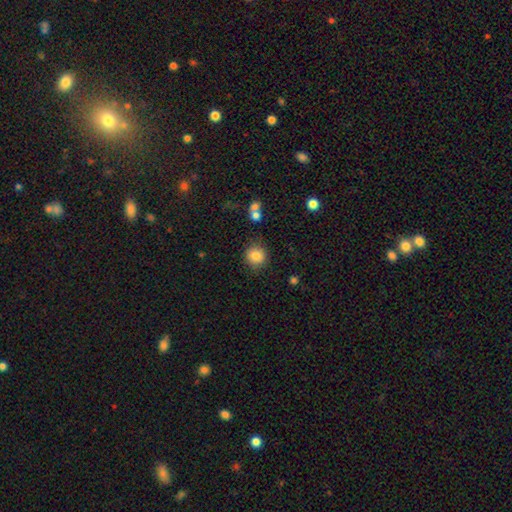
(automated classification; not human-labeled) Overall: smooth (84%). How rounded: round (91%). Merging: none (85%).